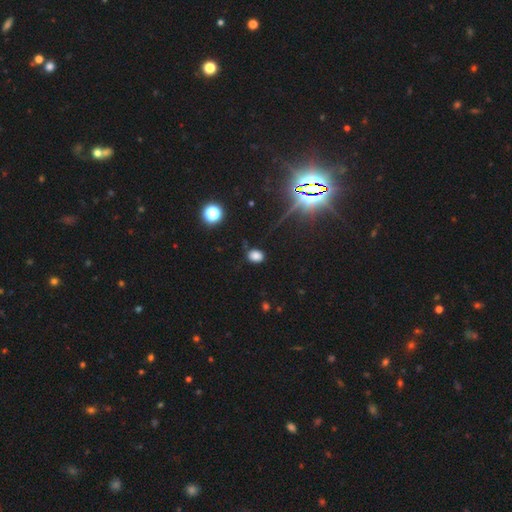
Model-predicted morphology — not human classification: Smooth or featured?
  - smooth: 76% *
  - star or artifact: 18%
  - featured or disk: 6%
How rounded?
  - in between: 59% *
  - round: 40%
  - cigar-shaped: 2%
Merging?
  - none: 78% *
  - minor disturbance: 15%
  - major disturbance: 4%
  - merger: 2%